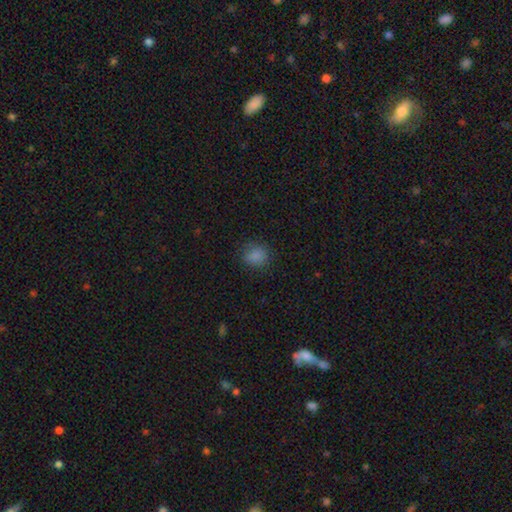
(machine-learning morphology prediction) smooth-or-featured: smooth: 83% | star or artifact: 12% | featured or disk: 5%
  how-rounded: round: 66% | in between: 33% | cigar-shaped: 1%
  merging: none: 76% | minor disturbance: 17% | major disturbance: 6% | merger: 1%